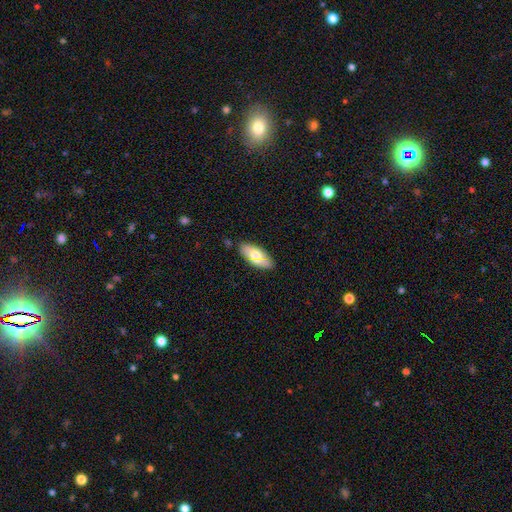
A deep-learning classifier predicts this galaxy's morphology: The model was most divided on "smooth or featured": smooth: 66%, featured or disk: 27%, star or artifact: 7%. More confident: how rounded — in between (84%); merging — none (83%).